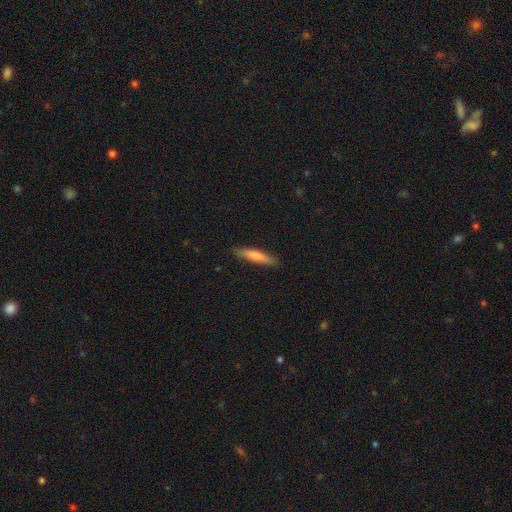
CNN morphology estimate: smooth_or_featured: smooth (p=0.74) [alt: featured or disk p=0.20]
how_rounded: cigar-shaped (p=0.88) [alt: in between p=0.11]
merging: none (p=0.87) [alt: minor disturbance p=0.10]